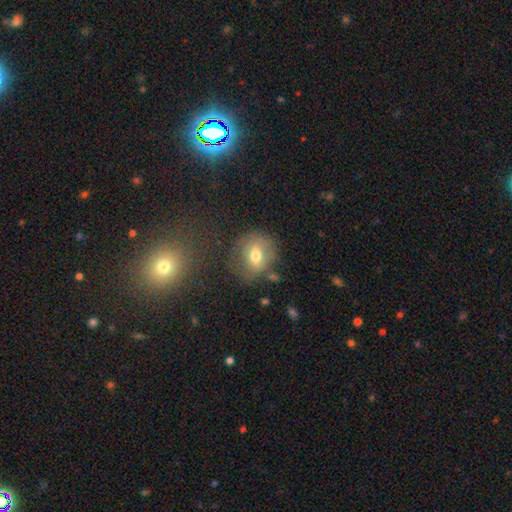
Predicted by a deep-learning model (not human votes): This is likely a smooth galaxy (65%). How rounded: likely round (63%). Merging: likely none (64%).